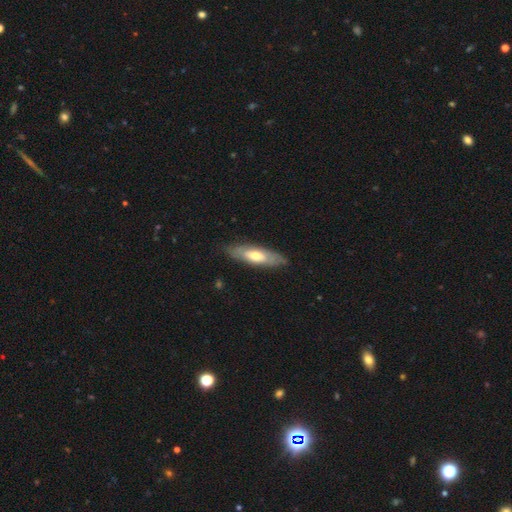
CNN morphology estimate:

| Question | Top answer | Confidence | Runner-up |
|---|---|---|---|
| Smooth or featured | smooth | 48% | featured or disk (46%) |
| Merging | none | 82% | minor disturbance (14%) |